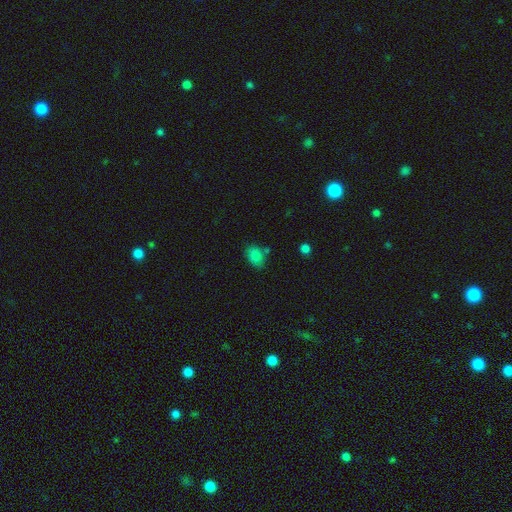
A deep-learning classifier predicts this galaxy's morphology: The model was most divided on "merging": none: 69%, minor disturbance: 17%, merger: 9%, major disturbance: 5%. More confident: smooth or featured — smooth (84%); how rounded — in between (77%).